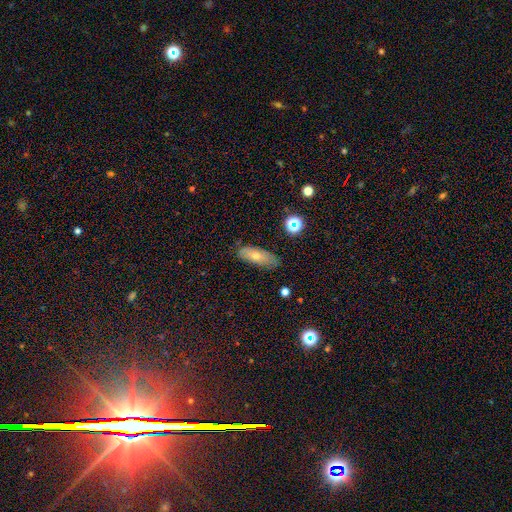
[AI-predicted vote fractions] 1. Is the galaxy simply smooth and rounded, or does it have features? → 55% smooth, 32% featured or disk, 13% star or artifact.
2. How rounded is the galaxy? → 63% in between, 33% cigar-shaped, 4% round.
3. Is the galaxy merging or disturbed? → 79% none, 17% minor disturbance, 3% major disturbance, 2% merger.